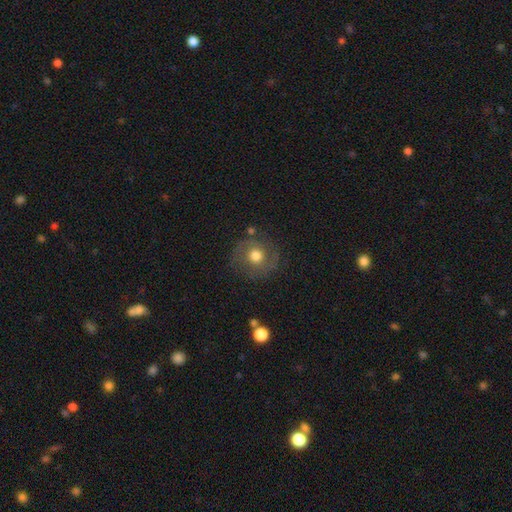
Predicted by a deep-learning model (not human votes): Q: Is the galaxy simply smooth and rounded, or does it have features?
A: smooth — 46%.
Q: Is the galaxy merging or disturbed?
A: none — 79%.